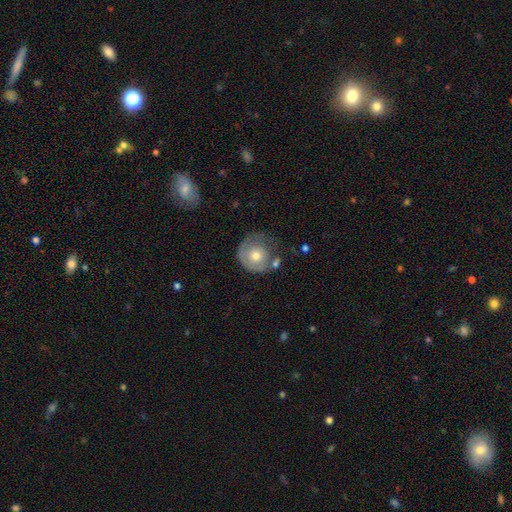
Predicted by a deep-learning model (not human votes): smooth-or-featured: smooth: 51% | featured or disk: 42% | star or artifact: 6%
  how-rounded: round: 87% | in between: 12% | cigar-shaped: 1%
  merging: none: 46% | minor disturbance: 26% | major disturbance: 18% | merger: 9%